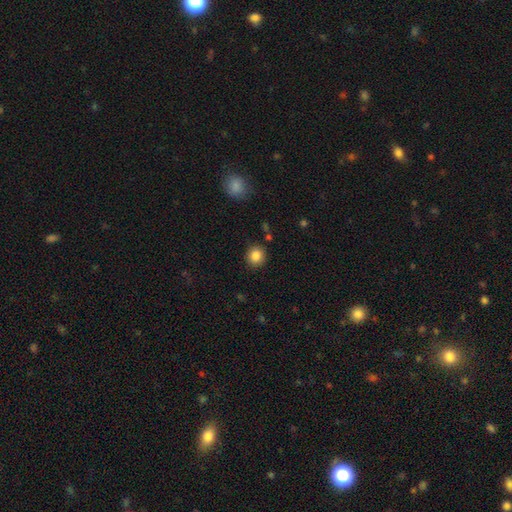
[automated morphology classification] A smooth galaxy with no disk features (86%) that is round (87%).

Vote fractions:
- Smooth or featured? smooth: 86% / star or artifact: 10% / featured or disk: 5%
- How rounded? round: 87% / in between: 12% / cigar-shaped: 1%
- Merging? none: 89% / minor disturbance: 7% / major disturbance: 2% / merger: 2%